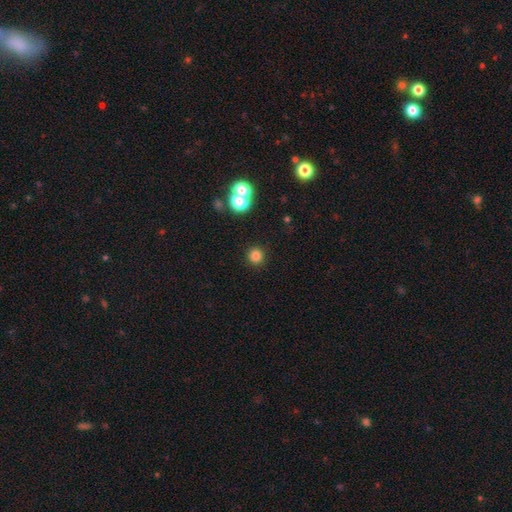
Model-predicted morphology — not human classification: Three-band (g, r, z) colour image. It shows a smooth galaxy with no disk features (81%) that is round (93%). Merging: none (89%).